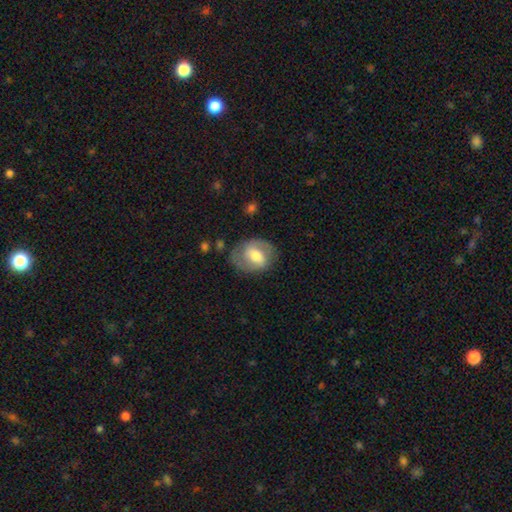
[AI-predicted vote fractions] Q: Smooth or featured?
A: featured or disk (49%); runner-up: smooth (45%)
Q: Merging?
A: none (71%); runner-up: minor disturbance (19%)